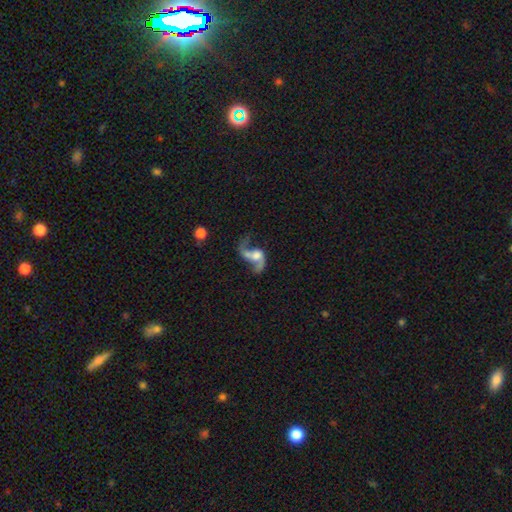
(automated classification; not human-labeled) Overall: featured or disk (80%). Edge-on disk: no (97%). Bar: no (54%; weak 34%). Spiral arms: yes (90%). Spiral arm count: 2 (86%). Spiral winding: loose (83%). Bulge size: moderate (45%; small 21%). Merging: none (41%; major disturbance 28%).